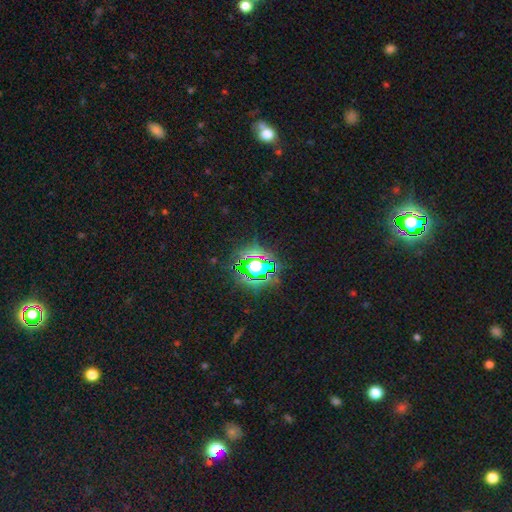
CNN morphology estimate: A star or artifact, not a galaxy (71%).